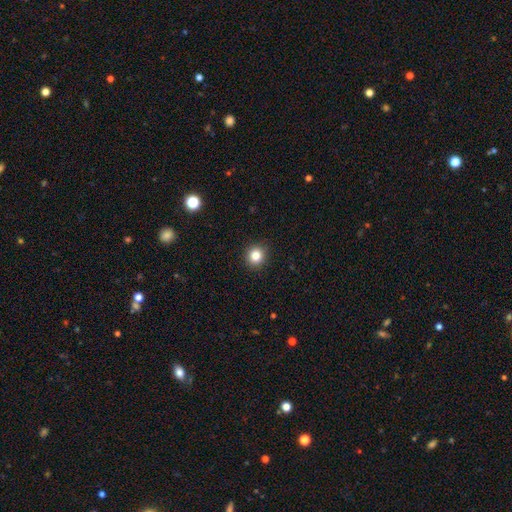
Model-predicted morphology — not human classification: type=smooth (83%); roundness=round (91%); merging=none (92%).